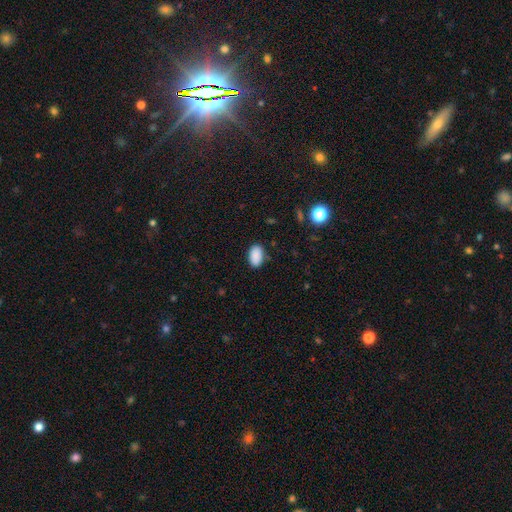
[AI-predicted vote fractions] Q: Smooth or featured?
A: smooth (89%); runner-up: star or artifact (8%)
Q: How rounded?
A: in between (92%); runner-up: round (6%)
Q: Merging?
A: none (85%); runner-up: minor disturbance (12%)